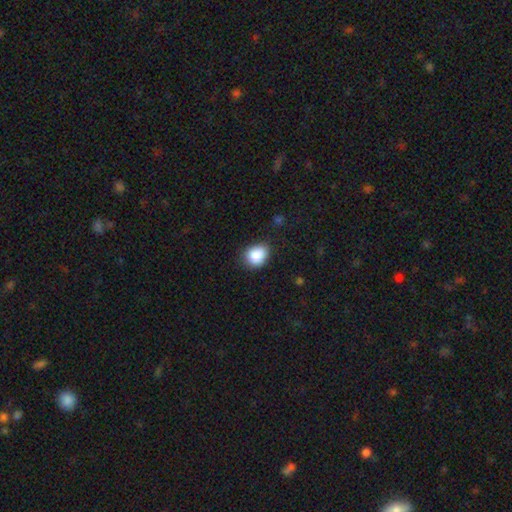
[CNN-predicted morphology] type=smooth (87%); roundness=round (54%); merging=none (74%).